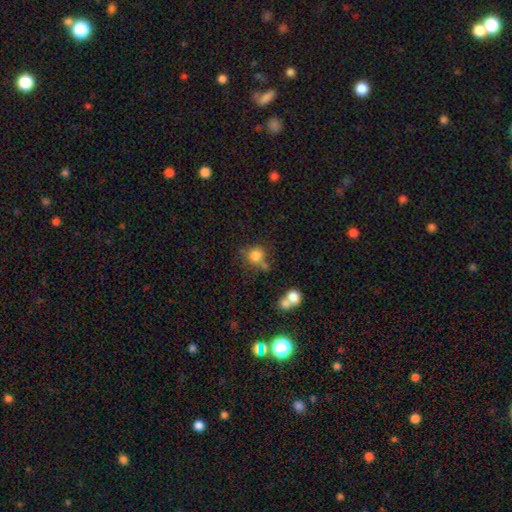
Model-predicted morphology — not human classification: A smooth galaxy with no disk features (80%) that is round (81%). Merging: none (54%).